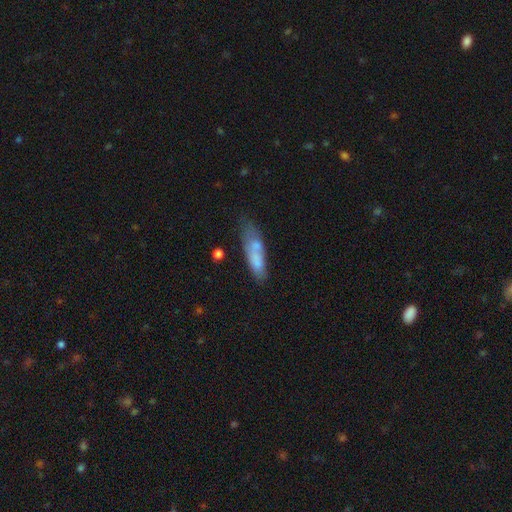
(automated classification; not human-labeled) Smooth or featured? smooth (65%)
How rounded? cigar-shaped (60%)
Merging? none (50%)